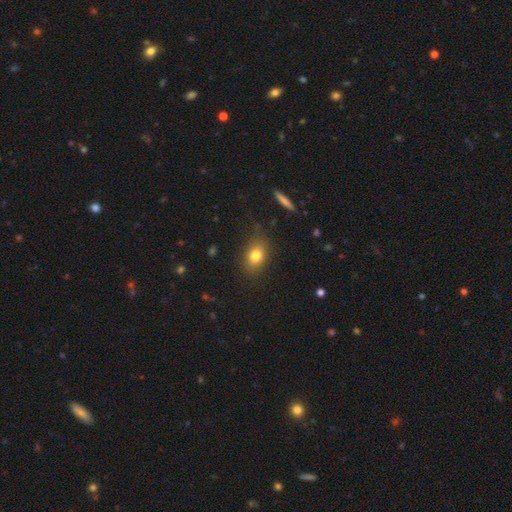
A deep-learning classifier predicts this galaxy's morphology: type=smooth (79%); roundness=in between (66%); merging=none (82%).